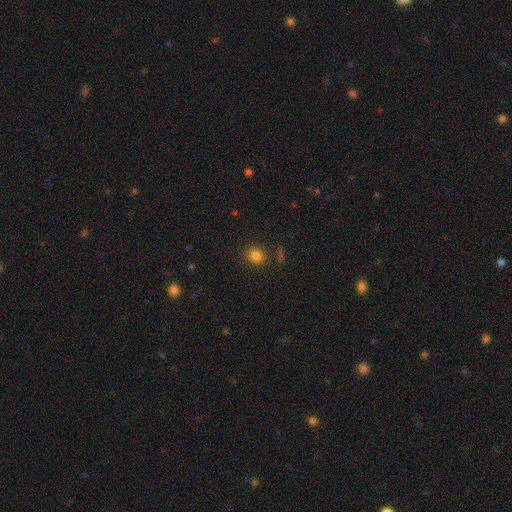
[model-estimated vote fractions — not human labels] Q: Smooth or featured?
A: smooth (81%); runner-up: star or artifact (14%)
Q: How rounded?
A: round (82%); runner-up: in between (17%)
Q: Merging?
A: none (84%); runner-up: minor disturbance (9%)